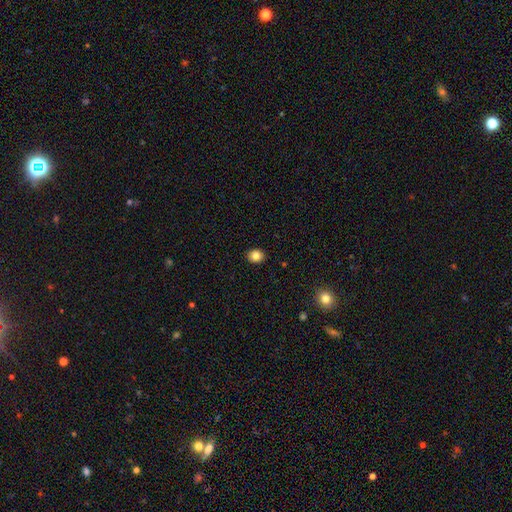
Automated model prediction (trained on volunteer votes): Morphology: type=smooth (83%); roundness=round (69%); merging=none (91%).